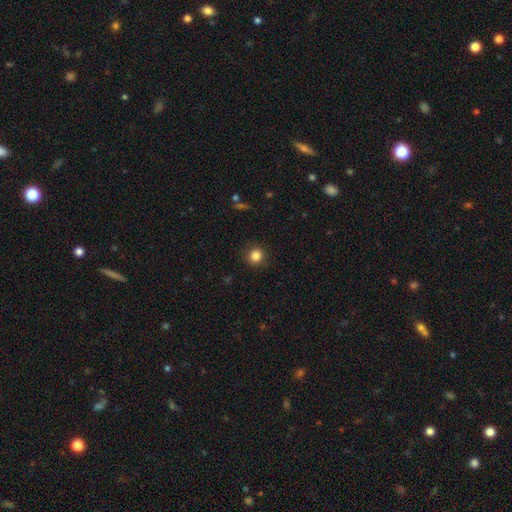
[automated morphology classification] A smooth galaxy with no disk features (85%) that is round (89%). Merging: none (89%).